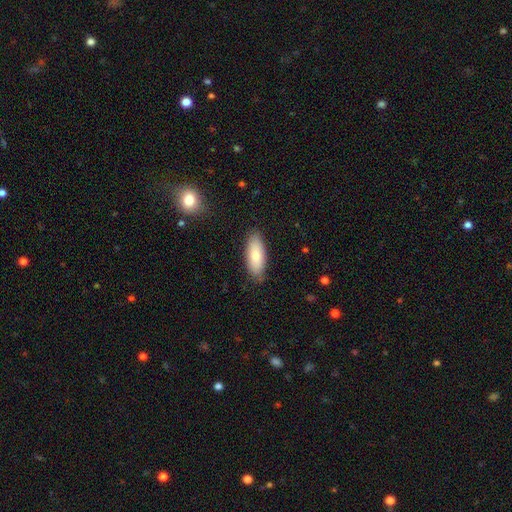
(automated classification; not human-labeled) Overall: smooth (77%). How rounded: in between (79%). Merging: none (85%).